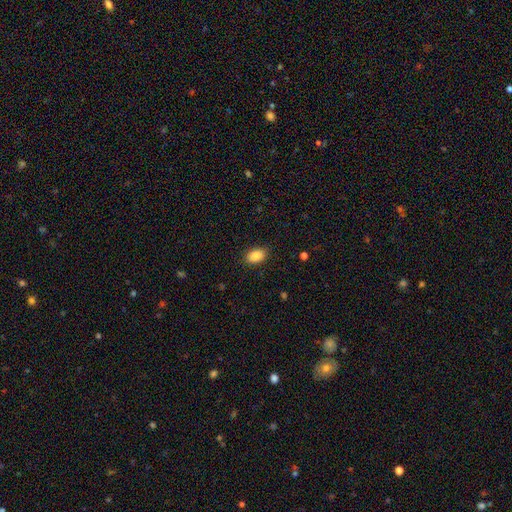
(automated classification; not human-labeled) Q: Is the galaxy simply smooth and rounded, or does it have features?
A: smooth — 87%.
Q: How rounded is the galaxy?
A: in between — 90%.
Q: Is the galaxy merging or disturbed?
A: none — 88%.